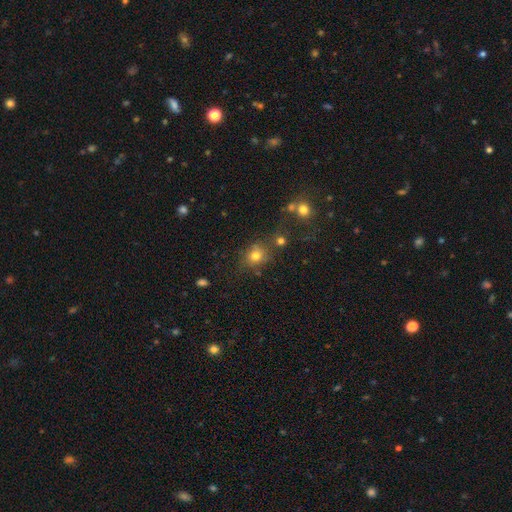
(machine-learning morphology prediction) Smooth or featured?
  - smooth: 75% *
  - star or artifact: 16%
  - featured or disk: 9%
How rounded?
  - round: 69% *
  - in between: 29%
  - cigar-shaped: 1%
Merging?
  - none: 67% *
  - minor disturbance: 15%
  - merger: 12%
  - major disturbance: 6%